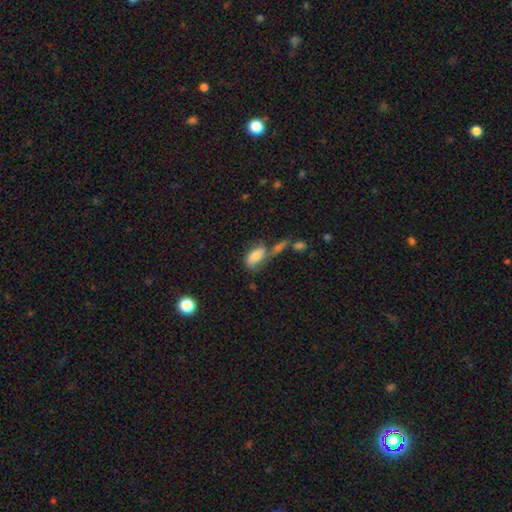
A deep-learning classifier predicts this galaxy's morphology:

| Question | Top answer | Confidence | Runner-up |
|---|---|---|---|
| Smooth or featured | smooth | 71% | featured or disk (19%) |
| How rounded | in between | 90% | cigar-shaped (5%) |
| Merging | merger | 35% | none (32%) |